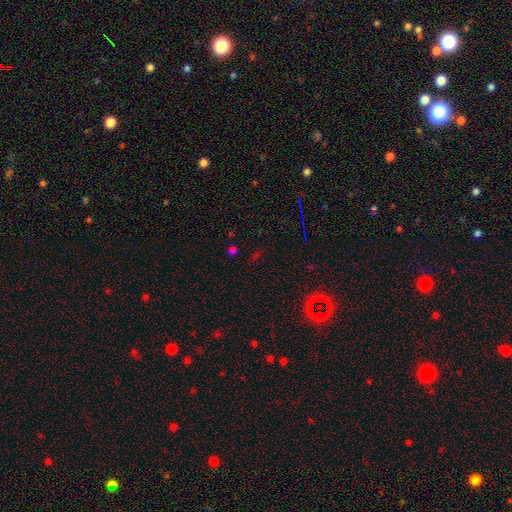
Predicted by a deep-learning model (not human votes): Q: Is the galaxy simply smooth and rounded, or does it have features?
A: star or artifact — 66%.